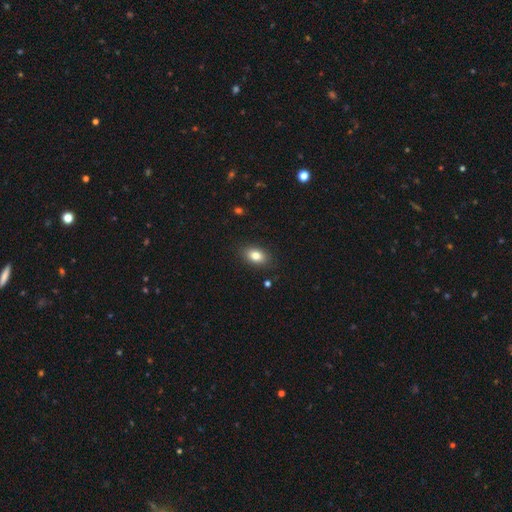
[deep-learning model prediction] This appears to be a smooth galaxy with no disk features (82%) that is in between round and cigar-shaped (85%). Merging: none (87%).